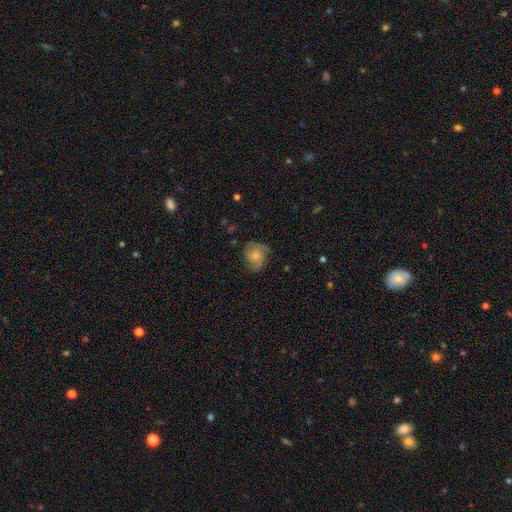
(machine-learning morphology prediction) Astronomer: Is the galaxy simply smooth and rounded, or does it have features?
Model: featured or disk — 54% (runner-up: smooth, 38%).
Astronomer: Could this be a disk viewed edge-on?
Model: no — 97%.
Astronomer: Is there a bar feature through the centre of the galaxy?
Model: no — 76%.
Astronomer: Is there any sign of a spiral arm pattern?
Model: yes — 88%.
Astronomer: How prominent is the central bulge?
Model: small — 49% (runner-up: moderate, 42%).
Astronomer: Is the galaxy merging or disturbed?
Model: none — 63%.